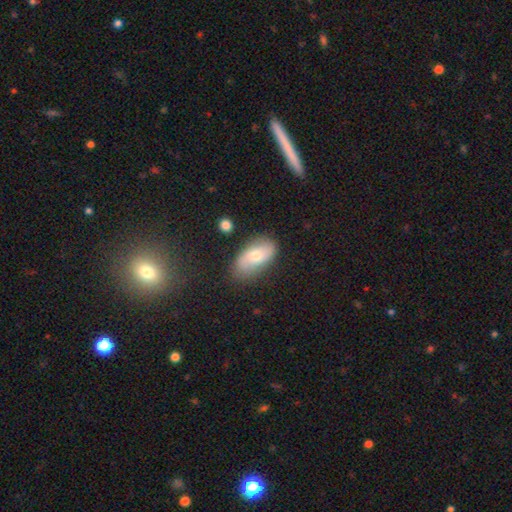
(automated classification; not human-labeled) The model was most divided on "smooth or featured": smooth: 62%, featured or disk: 31%, star or artifact: 7%. More confident: how rounded — in between (92%); merging — none (72%).